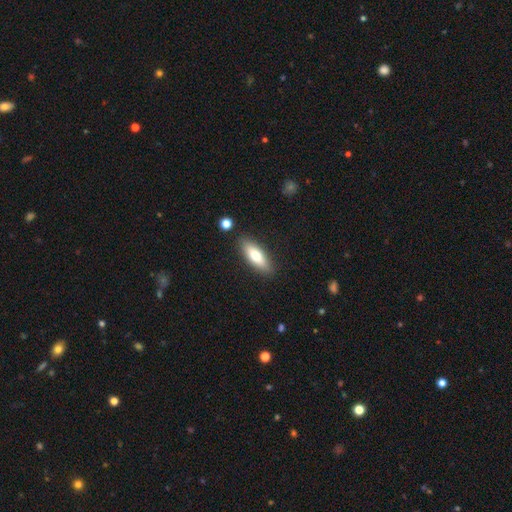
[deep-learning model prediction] Smooth or featured?
  - smooth: 70% *
  - featured or disk: 24%
  - star or artifact: 6%
How rounded?
  - in between: 62% *
  - cigar-shaped: 36%
  - round: 2%
Merging?
  - none: 86% *
  - minor disturbance: 10%
  - merger: 2%
  - major disturbance: 2%